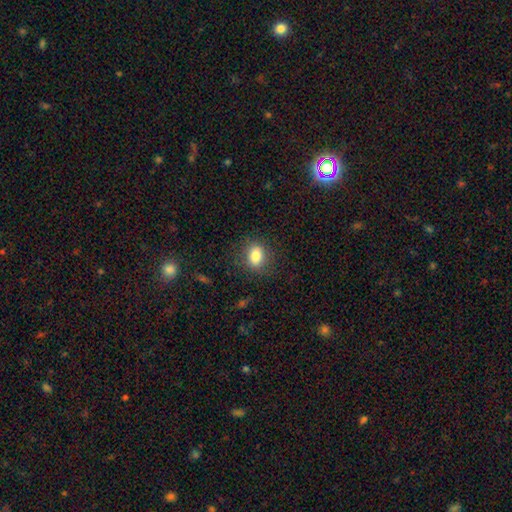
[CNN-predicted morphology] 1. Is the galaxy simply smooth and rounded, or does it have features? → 82% smooth, 10% star or artifact, 8% featured or disk.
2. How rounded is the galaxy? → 63% in between, 35% round, 1% cigar-shaped.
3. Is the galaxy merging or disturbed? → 80% none, 14% minor disturbance, 5% major disturbance, 1% merger.